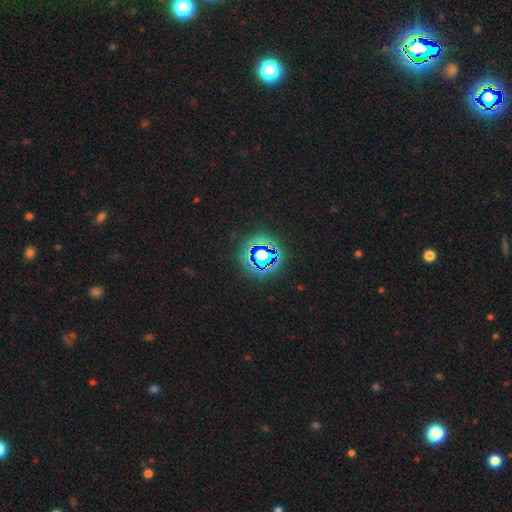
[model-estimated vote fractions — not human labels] The model was most divided on "smooth or featured": star or artifact: 80%, smooth: 13%, featured or disk: 7%.